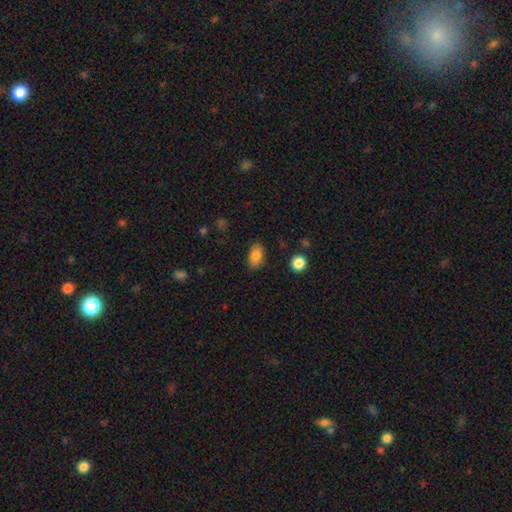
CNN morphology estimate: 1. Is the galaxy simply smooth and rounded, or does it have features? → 84% smooth, 8% star or artifact, 8% featured or disk.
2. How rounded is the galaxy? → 89% in between, 9% round, 2% cigar-shaped.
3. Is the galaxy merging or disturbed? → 84% none, 12% minor disturbance, 3% major disturbance, 2% merger.